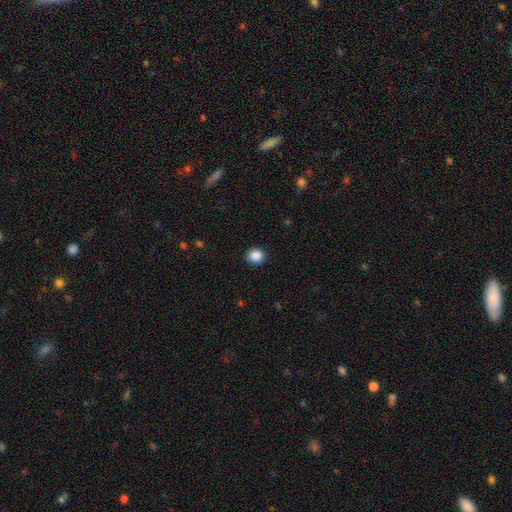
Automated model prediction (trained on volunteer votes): This appears to be a smooth galaxy with no disk features (88%) that is round (81%). Merging: none (91%).